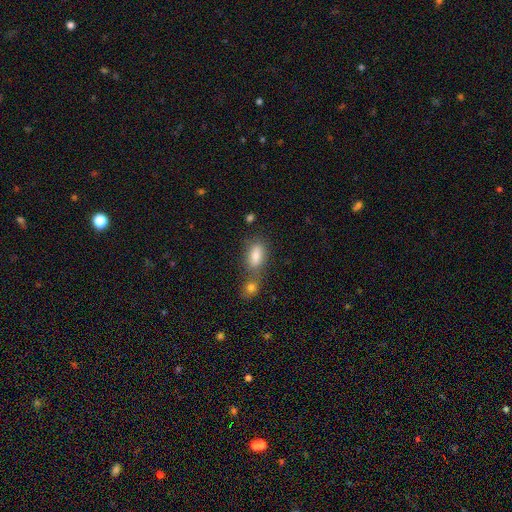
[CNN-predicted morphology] Smooth or featured?
  - smooth: 79% *
  - featured or disk: 11%
  - star or artifact: 10%
How rounded?
  - in between: 87% *
  - round: 7%
  - cigar-shaped: 6%
Merging?
  - none: 45% *
  - merger: 38%
  - minor disturbance: 12%
  - major disturbance: 5%